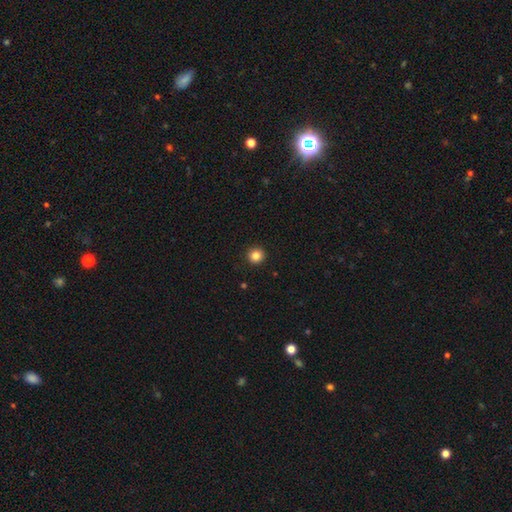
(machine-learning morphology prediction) smooth 84%, star or artifact 11%, featured or disk 5%. Down the decision tree: how rounded — round (95%); merging — none (93%).